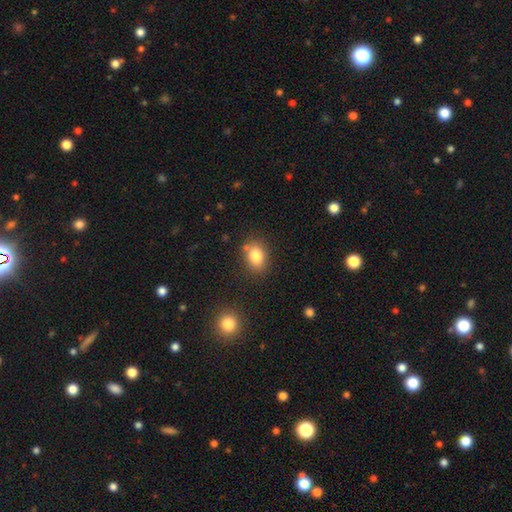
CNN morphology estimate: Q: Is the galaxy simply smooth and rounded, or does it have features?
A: smooth — 82%.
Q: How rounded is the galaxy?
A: in between — 61%.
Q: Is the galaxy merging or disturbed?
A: none — 77%.